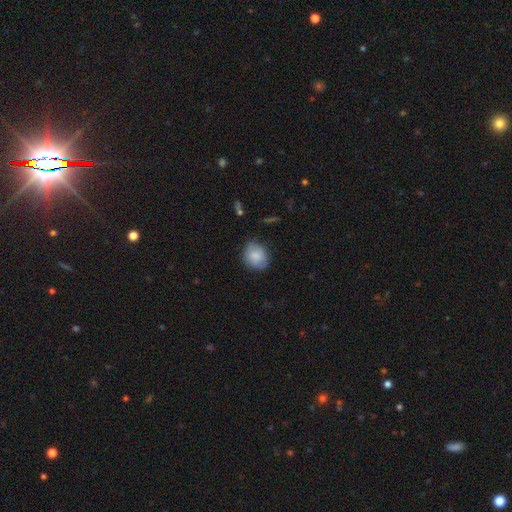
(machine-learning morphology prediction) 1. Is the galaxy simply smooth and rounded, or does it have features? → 82% smooth, 11% featured or disk, 7% star or artifact.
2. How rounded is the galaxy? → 69% round, 30% in between, 1% cigar-shaped.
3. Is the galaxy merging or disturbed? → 75% none, 20% minor disturbance, 4% major disturbance, 2% merger.